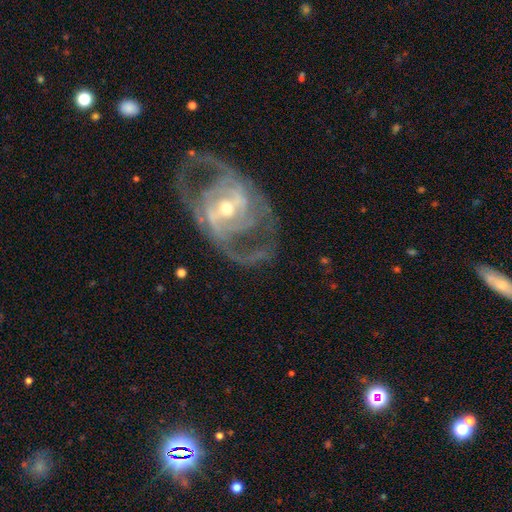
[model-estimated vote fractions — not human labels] Smooth or featured? Predicted: featured or disk (p=0.88). Edge-on disk? Predicted: no (p=0.96). Bar? Predicted: strong (p=0.43). Spiral arms? Predicted: yes (p=0.87). Spiral winding? Predicted: medium (p=0.48). Spiral arm count? Predicted: 2 (p=0.69). Bulge size? Predicted: moderate (p=0.52). Merging? Predicted: none (p=0.63).